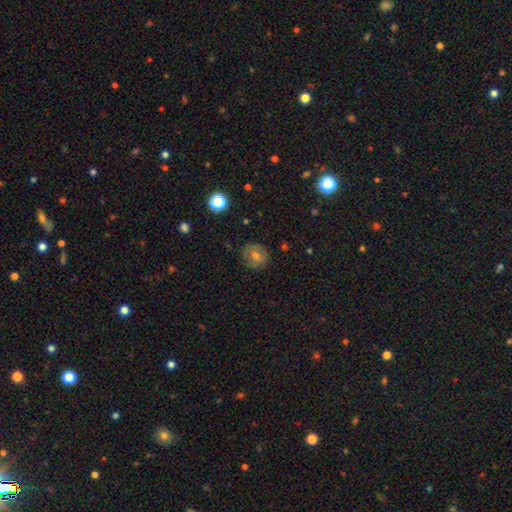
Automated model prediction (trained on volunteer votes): A smooth galaxy with no disk features (56%) that is round (85%).

Vote fractions:
- Smooth or featured? smooth: 56% / featured or disk: 31% / star or artifact: 14%
- How rounded? round: 85% / in between: 14% / cigar-shaped: 1%
- Merging? none: 84% / minor disturbance: 12% / major disturbance: 3% / merger: 1%